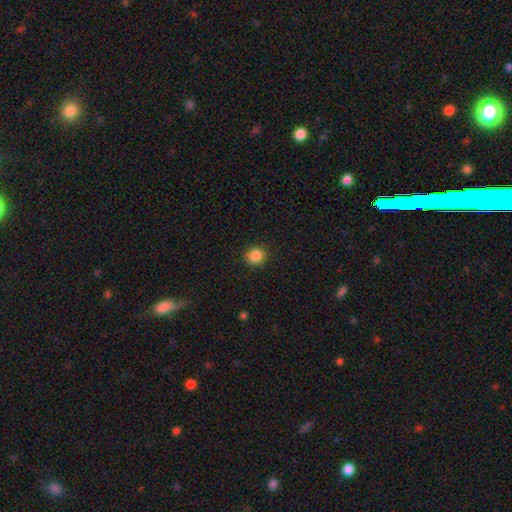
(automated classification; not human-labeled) This appears to be a smooth galaxy with no disk features (86%) that is round (84%). Merging: none (89%).